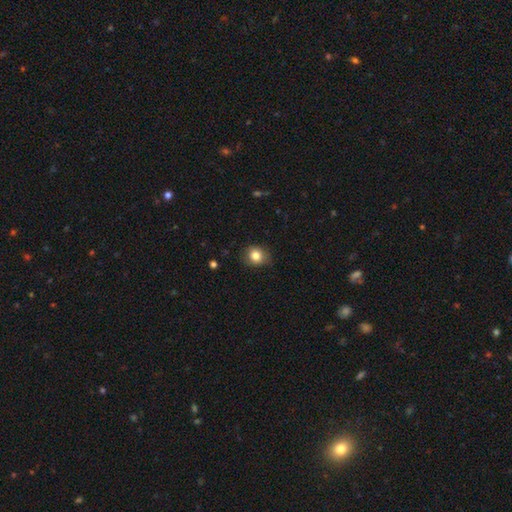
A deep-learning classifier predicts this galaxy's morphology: type=smooth (82%); roundness=round (66%); merging=none (78%).